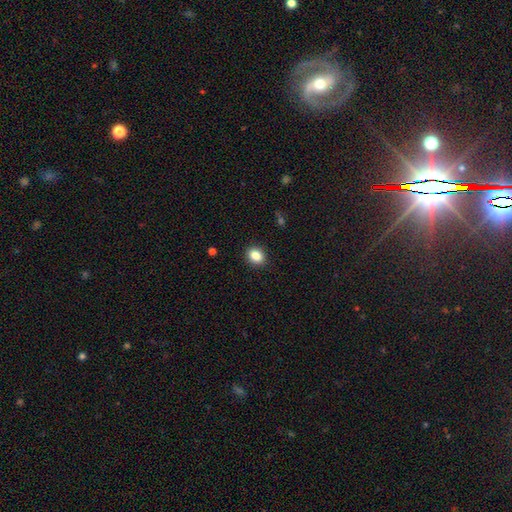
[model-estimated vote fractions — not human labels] Q: Smooth or featured?
A: smooth (85%); runner-up: star or artifact (10%)
Q: How rounded?
A: round (50%); runner-up: in between (49%)
Q: Merging?
A: none (90%); runner-up: minor disturbance (7%)